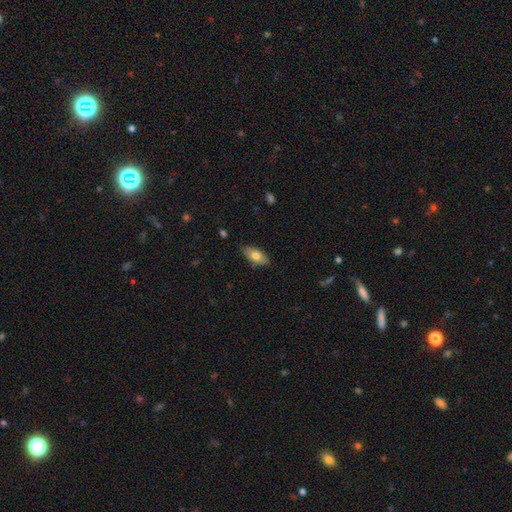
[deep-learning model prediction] The model was most divided on "smooth or featured": smooth: 72%, featured or disk: 21%, star or artifact: 6%. More confident: how rounded — in between (87%); merging — none (83%).